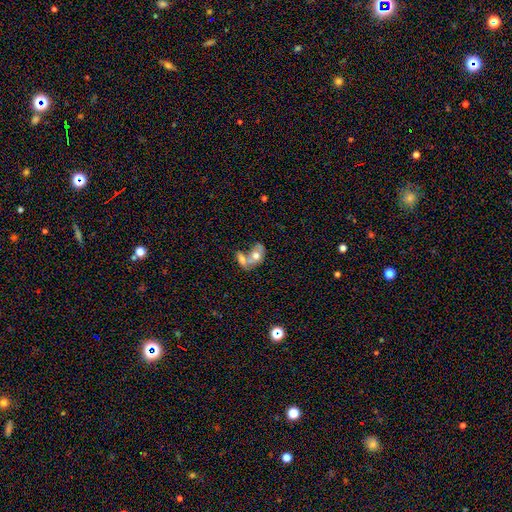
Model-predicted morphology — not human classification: Overall: smooth (57%; featured or disk 35%). How rounded: in between (80%). Merging: merger (66%).